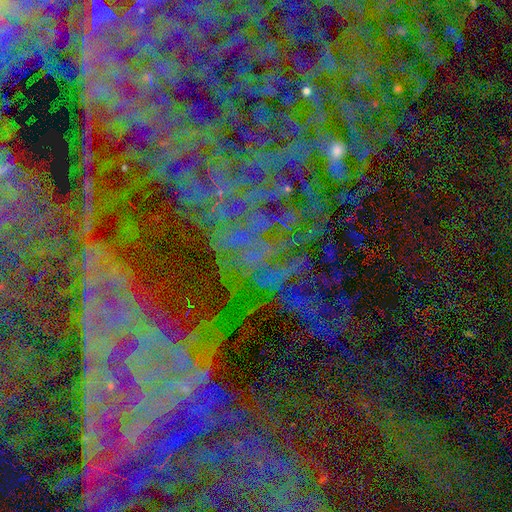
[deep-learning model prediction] Morphology: type=star or artifact (86%).